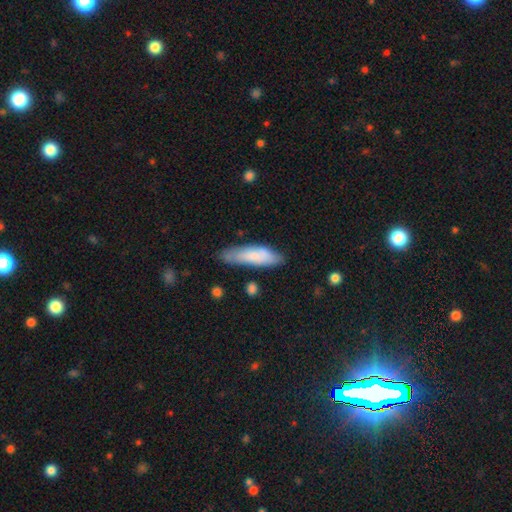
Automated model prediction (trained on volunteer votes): Overall: smooth (74%). How rounded: cigar-shaped (60%; in between 38%). Merging: none (68%).